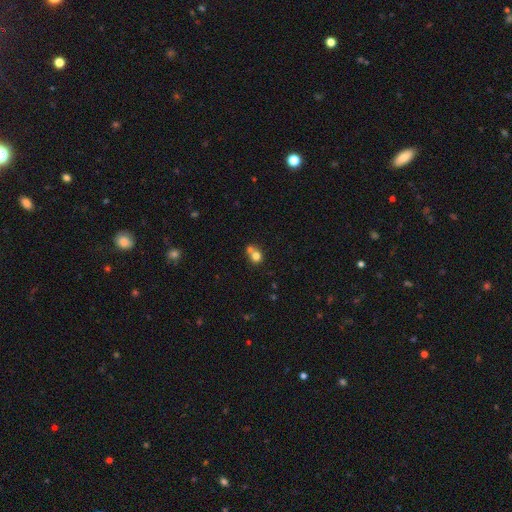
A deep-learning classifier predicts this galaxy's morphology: Overall: smooth (76%). How rounded: round (81%). Merging: merger (47%; none 43%).